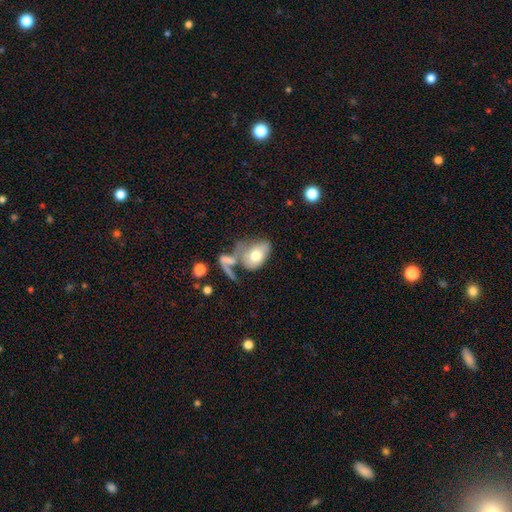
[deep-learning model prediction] Smooth or featured: smooth — 66% (featured or disk — 26%)
How rounded: in between — 83% (round — 15%)
Merging: merger — 42% (none — 22%)